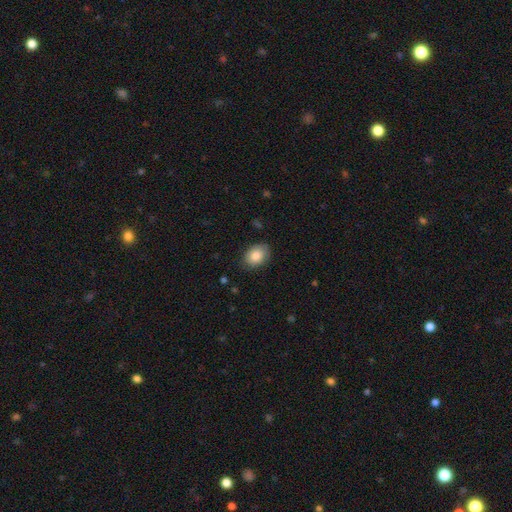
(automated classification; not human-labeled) smooth_or_featured: smooth (p=0.86) [alt: featured or disk p=0.07]
how_rounded: in between (p=0.75) [alt: round p=0.24]
merging: none (p=0.82) [alt: minor disturbance p=0.14]